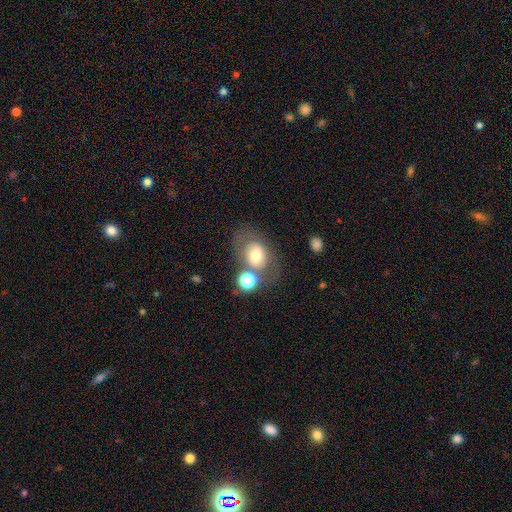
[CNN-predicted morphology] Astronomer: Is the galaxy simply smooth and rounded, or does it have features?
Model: smooth — 66%.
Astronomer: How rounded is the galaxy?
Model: in between — 65%.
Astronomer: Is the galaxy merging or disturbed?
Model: none — 59%.